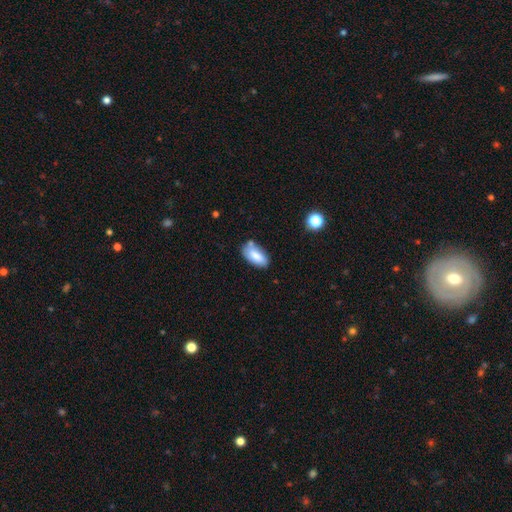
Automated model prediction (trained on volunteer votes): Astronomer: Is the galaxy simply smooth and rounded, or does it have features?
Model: smooth — 80%.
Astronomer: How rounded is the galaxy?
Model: in between — 91%.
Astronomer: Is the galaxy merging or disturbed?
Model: none — 64%.